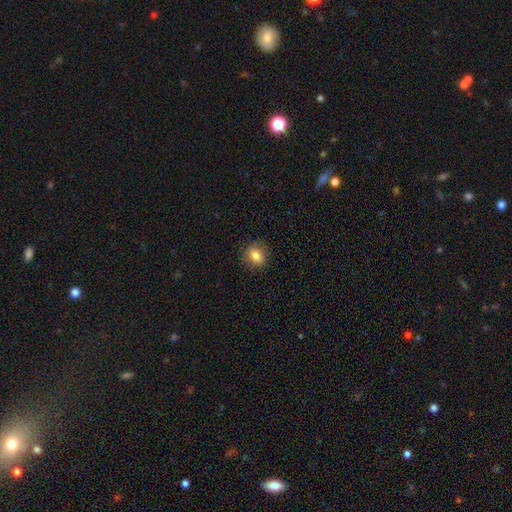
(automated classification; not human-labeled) Morphology: type=smooth (79%); roundness=round (61%); merging=none (83%).